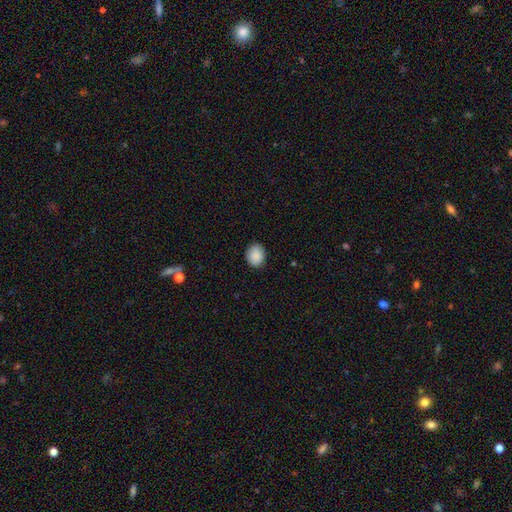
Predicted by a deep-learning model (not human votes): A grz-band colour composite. It shows a smooth galaxy with no disk features (89%) that is round (55%). Merging: none (87%).